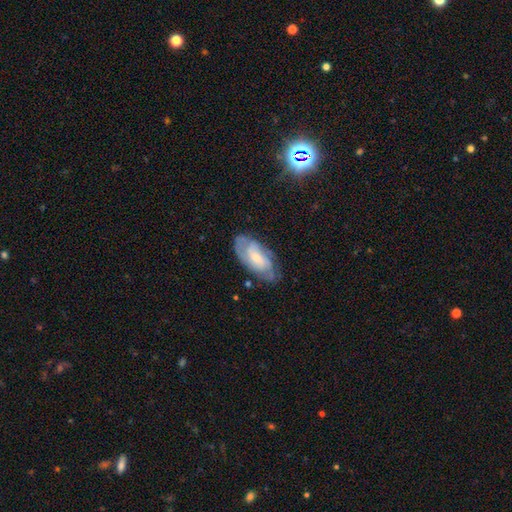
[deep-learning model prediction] Q: Smooth or featured?
A: featured or disk (69%); runner-up: smooth (22%)
Q: Edge-on disk?
A: no (93%); runner-up: yes (7%)
Q: Bar?
A: no (56%); runner-up: weak (36%)
Q: Spiral arms?
A: yes (89%); runner-up: no (11%)
Q: Spiral winding?
A: tight (55%); runner-up: medium (35%)
Q: Spiral arm count?
A: can't tell (39%); runner-up: 2 (35%)
Q: Bulge size?
A: small (53%); runner-up: moderate (34%)
Q: Merging?
A: none (73%); runner-up: minor disturbance (19%)